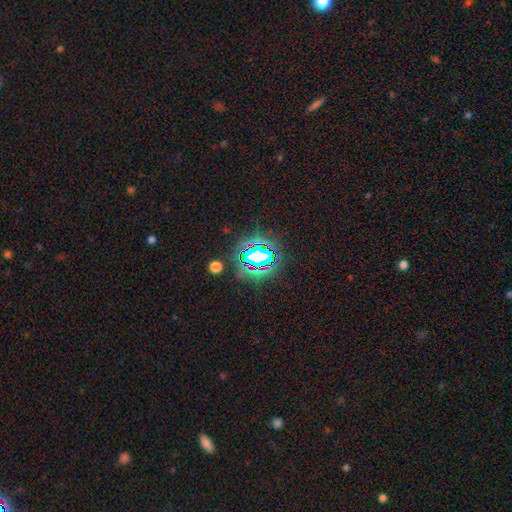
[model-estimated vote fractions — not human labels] star or artifact 70%, smooth 18%, featured or disk 12%.